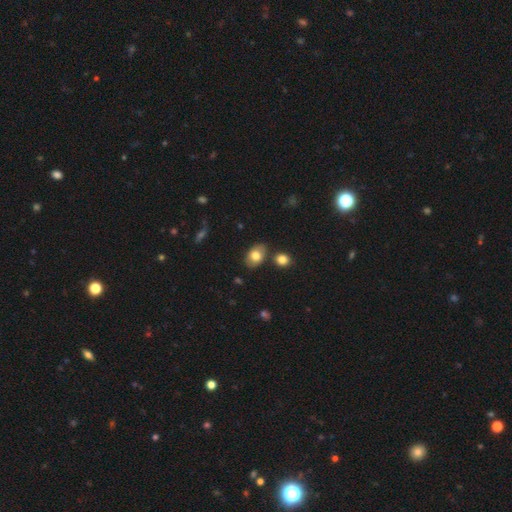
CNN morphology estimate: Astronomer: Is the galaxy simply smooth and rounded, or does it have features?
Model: smooth — 78%.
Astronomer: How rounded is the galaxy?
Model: in between — 83%.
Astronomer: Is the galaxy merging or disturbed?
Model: none — 79%.